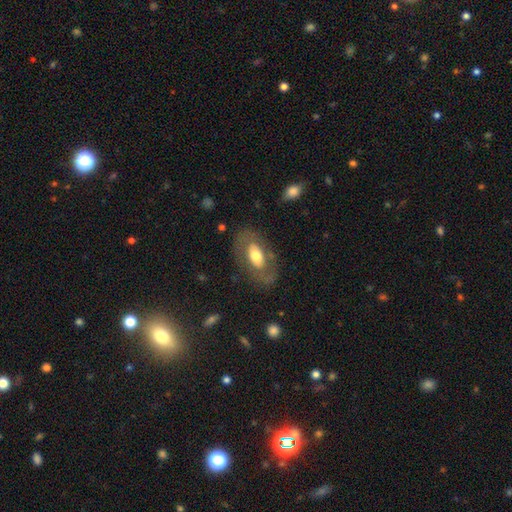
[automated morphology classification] Overall: smooth (49%; featured or disk 45%). Merging: none (75%).